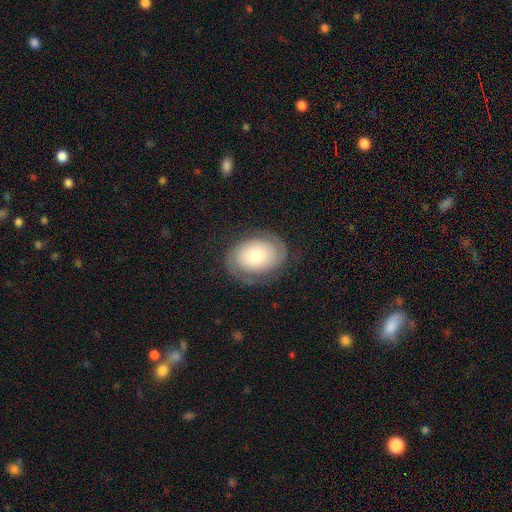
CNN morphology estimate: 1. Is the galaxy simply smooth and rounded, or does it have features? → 63% featured or disk, 30% smooth, 7% star or artifact.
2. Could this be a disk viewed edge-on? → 96% no, 4% yes.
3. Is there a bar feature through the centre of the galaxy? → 81% no, 15% weak, 4% strong.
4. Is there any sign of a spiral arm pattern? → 85% yes, 15% no.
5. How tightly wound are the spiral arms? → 62% tight, 27% medium, 11% loose.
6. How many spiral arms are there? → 73% 2, 15% can't tell, 6% 1, 3% 3, 1% 4, 1% more than 4.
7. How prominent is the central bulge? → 44% moderate, 40% small, 11% large, 4% dominant, 2% none.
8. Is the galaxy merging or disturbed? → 75% none, 16% minor disturbance, 8% major disturbance, 1% merger.